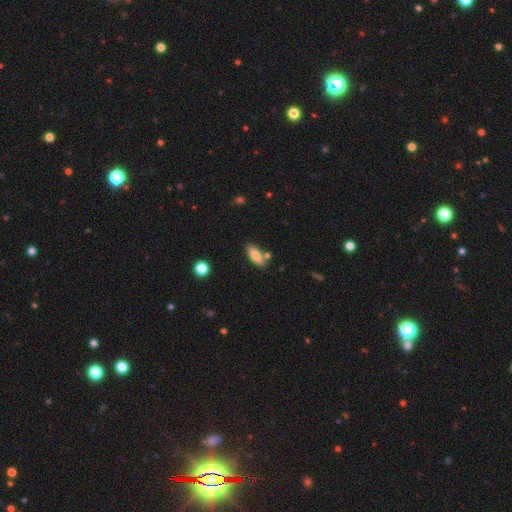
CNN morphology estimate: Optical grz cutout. It shows a smooth galaxy with no disk features (79%) that is in between round and cigar-shaped (75%). Merging: none (76%).